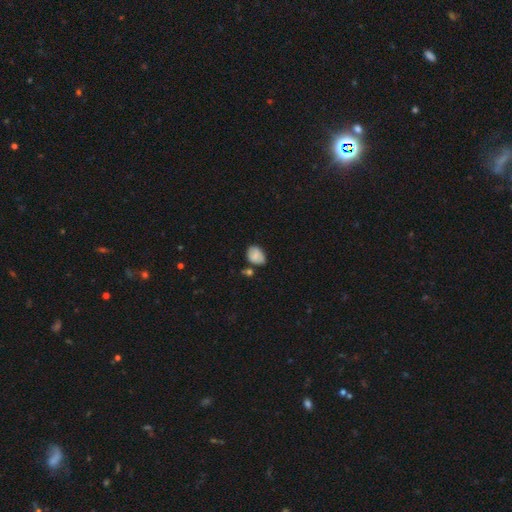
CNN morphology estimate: Q: Smooth or featured?
A: smooth (79%); runner-up: featured or disk (12%)
Q: How rounded?
A: in between (70%); runner-up: round (29%)
Q: Merging?
A: none (59%); runner-up: minor disturbance (25%)